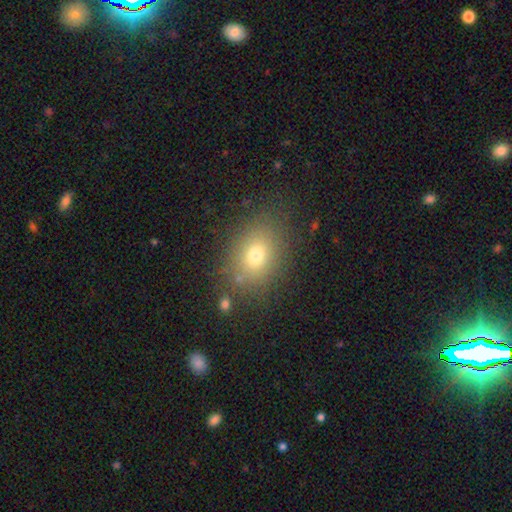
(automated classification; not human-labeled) Overall: smooth (72%). How rounded: in between (59%; round 40%). Merging: none (80%).